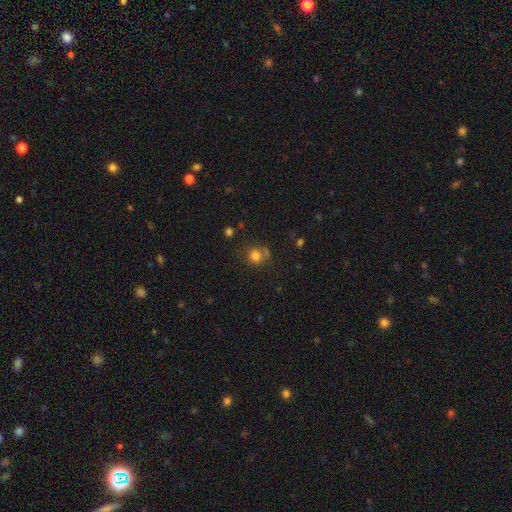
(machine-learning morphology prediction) Q: Smooth or featured?
A: smooth (78%); runner-up: star or artifact (13%)
Q: How rounded?
A: round (85%); runner-up: in between (14%)
Q: Merging?
A: none (62%); runner-up: minor disturbance (16%)